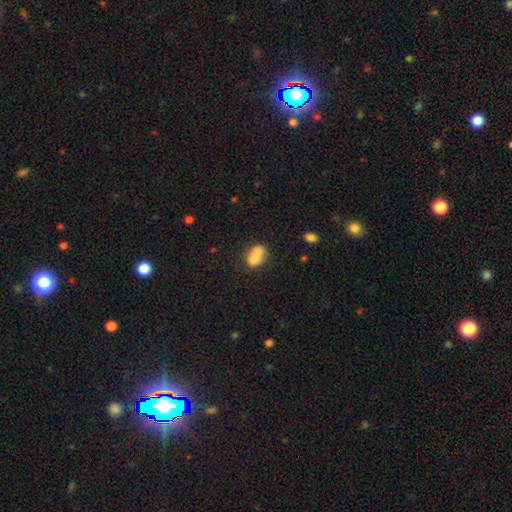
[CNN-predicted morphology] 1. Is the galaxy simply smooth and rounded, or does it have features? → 70% smooth, 21% featured or disk, 9% star or artifact.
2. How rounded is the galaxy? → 59% in between, 39% round, 2% cigar-shaped.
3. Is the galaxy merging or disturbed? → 64% merger, 24% none, 8% minor disturbance, 4% major disturbance.